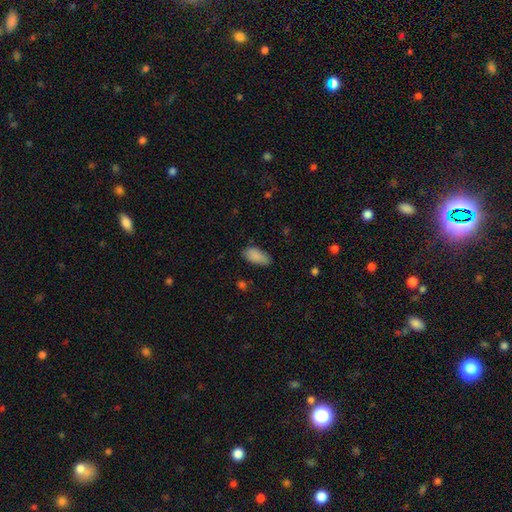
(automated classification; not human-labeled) This appears to be a smooth galaxy with no disk features (88%) that is in between round and cigar-shaped (91%). Merging: none (77%).